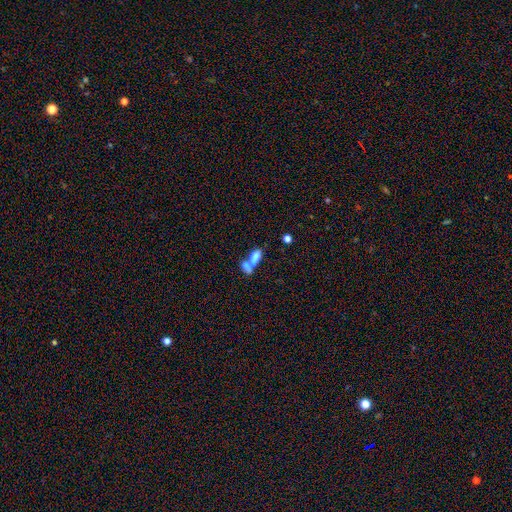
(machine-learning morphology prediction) The model was most divided on "merging": merger: 58%, none: 30%, minor disturbance: 8%, major disturbance: 5%. More confident: how rounded — in between (78%); smooth or featured — smooth (74%).